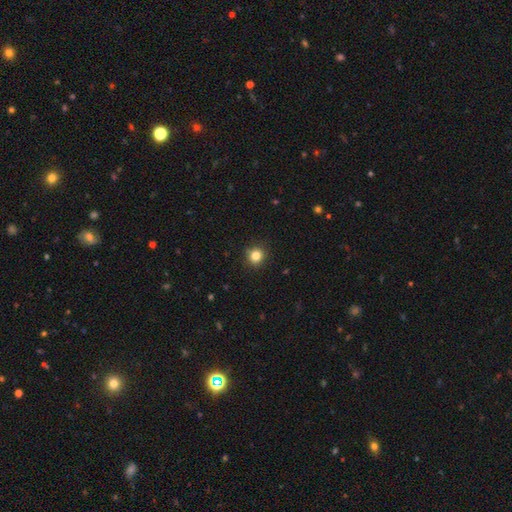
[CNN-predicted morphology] The model was most divided on "smooth or featured": smooth: 84%, star or artifact: 12%, featured or disk: 5%. More confident: merging — none (90%); how rounded — round (89%).